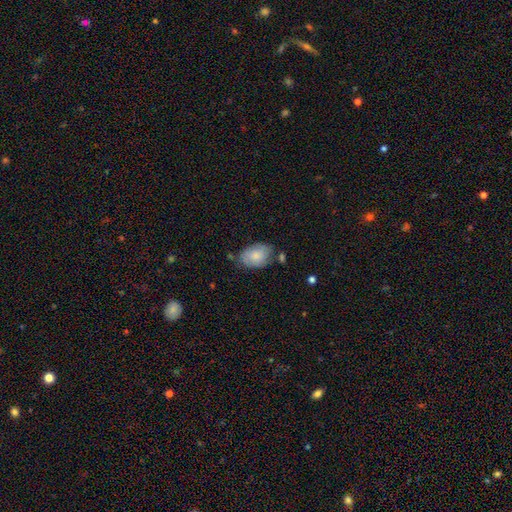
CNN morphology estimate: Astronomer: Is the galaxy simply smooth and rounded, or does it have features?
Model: smooth — 76%.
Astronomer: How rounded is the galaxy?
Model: in between — 87%.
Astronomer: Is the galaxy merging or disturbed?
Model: none — 62%.